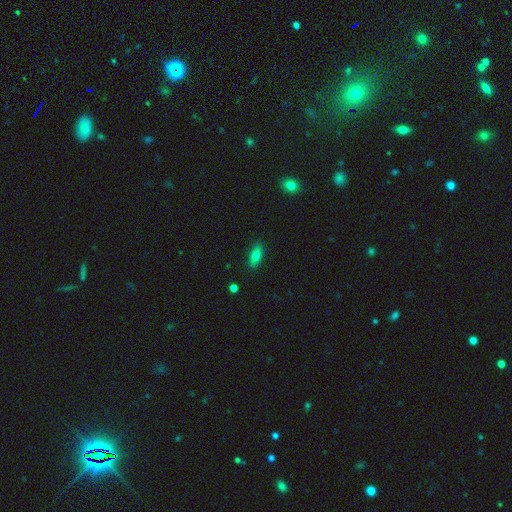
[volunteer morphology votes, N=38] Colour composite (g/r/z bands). It shows a smooth galaxy with no disk features (74%) that is in between round and cigar-shaped (61%). Merging: none (86%).